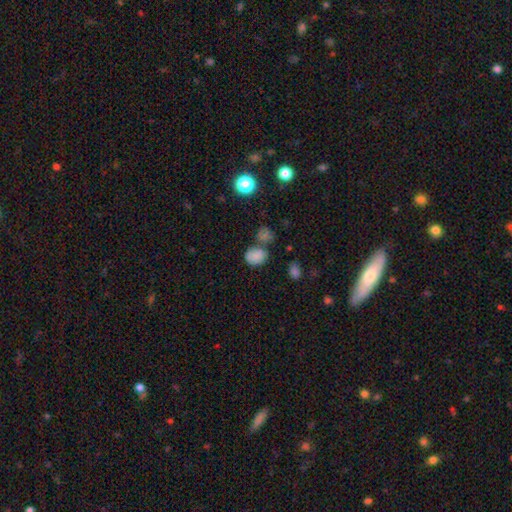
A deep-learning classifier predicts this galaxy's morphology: Smooth or featured? smooth (76%)
How rounded? in between (57%)
Merging? none (54%)